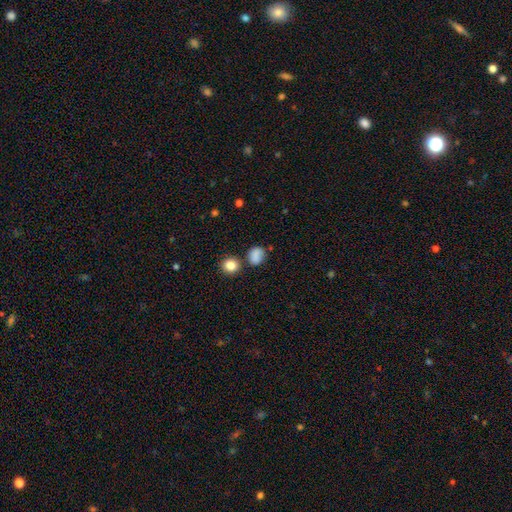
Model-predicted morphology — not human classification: Smooth or featured?
  - smooth: 81% *
  - star or artifact: 12%
  - featured or disk: 7%
How rounded?
  - round: 58% *
  - in between: 41%
  - cigar-shaped: 1%
Merging?
  - none: 65% *
  - minor disturbance: 20%
  - merger: 9%
  - major disturbance: 6%